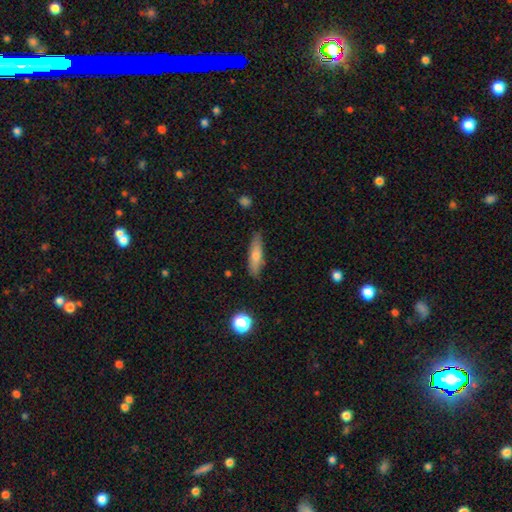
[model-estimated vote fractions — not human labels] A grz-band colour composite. It shows a smooth galaxy with no disk features (65%) that is cigar-shaped (71%). Merging: none (85%).